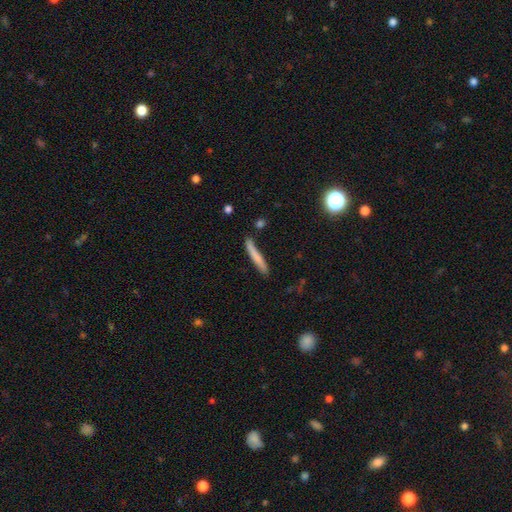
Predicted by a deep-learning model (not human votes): smooth-or-featured: smooth: 71% | featured or disk: 23% | star or artifact: 7%
  how-rounded: cigar-shaped: 95% | in between: 4% | round: 1%
  merging: none: 76% | minor disturbance: 17% | merger: 4% | major disturbance: 3%